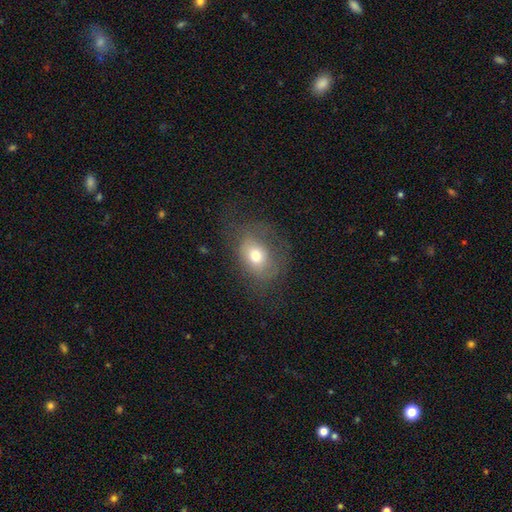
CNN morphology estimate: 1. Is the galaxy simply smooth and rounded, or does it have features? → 68% smooth, 21% featured or disk, 11% star or artifact.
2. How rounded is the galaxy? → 60% in between, 39% round, 1% cigar-shaped.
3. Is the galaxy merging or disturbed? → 51% none, 24% minor disturbance, 23% major disturbance, 2% merger.